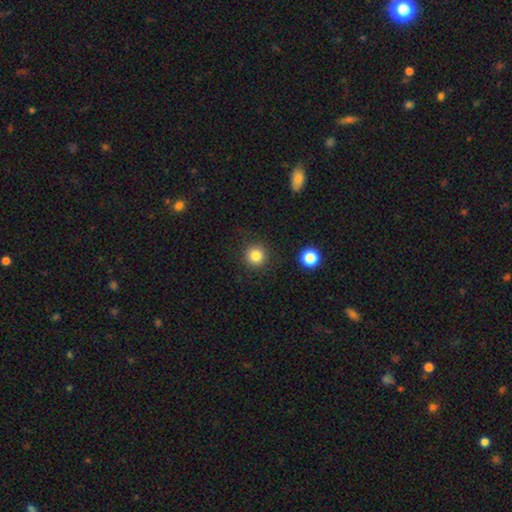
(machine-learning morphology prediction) Smooth or featured?
  - smooth: 83% *
  - star or artifact: 11%
  - featured or disk: 5%
How rounded?
  - round: 95% *
  - in between: 4%
  - cigar-shaped: 1%
Merging?
  - none: 90% *
  - minor disturbance: 6%
  - major disturbance: 2%
  - merger: 2%